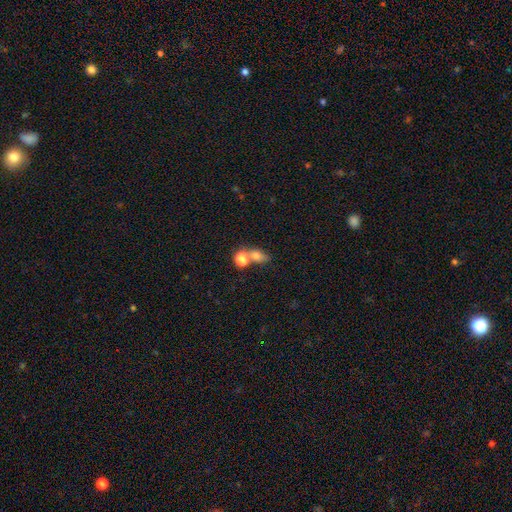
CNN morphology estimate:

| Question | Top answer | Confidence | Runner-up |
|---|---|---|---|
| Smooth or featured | smooth | 74% | star or artifact (14%) |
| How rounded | in between | 56% | round (40%) |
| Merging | merger | 42% | none (41%) |